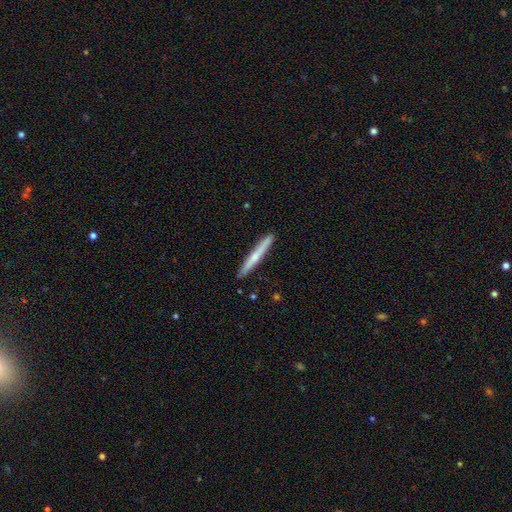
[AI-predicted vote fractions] Overall: smooth (50%; featured or disk 45%). Merging: none (91%).